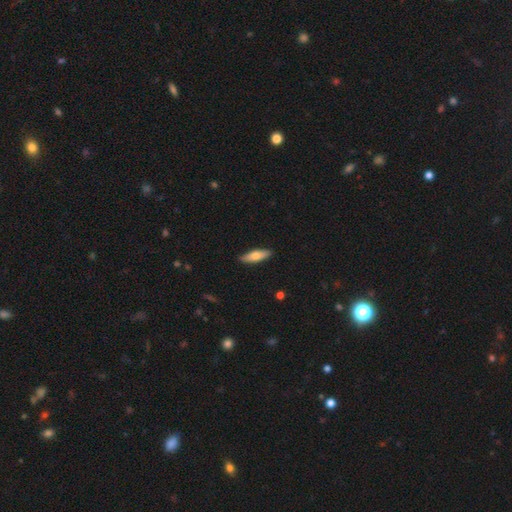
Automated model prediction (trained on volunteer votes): smooth 68%, featured or disk 27%, star or artifact 6%. Down the decision tree: how rounded — cigar-shaped (54%); merging — none (89%).